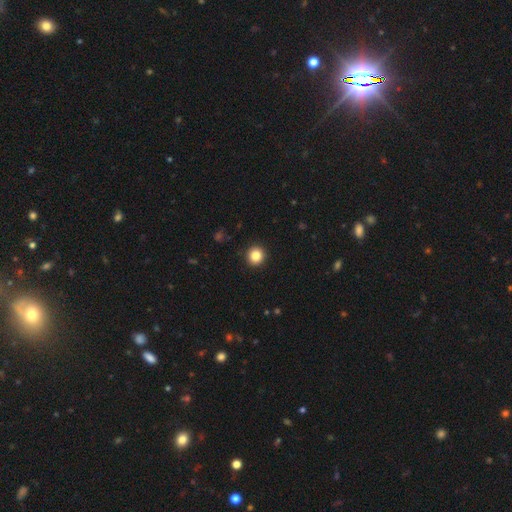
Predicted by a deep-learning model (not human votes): This is clearly a smooth galaxy (86%). How rounded: clearly round (93%). Merging: clearly none (93%).